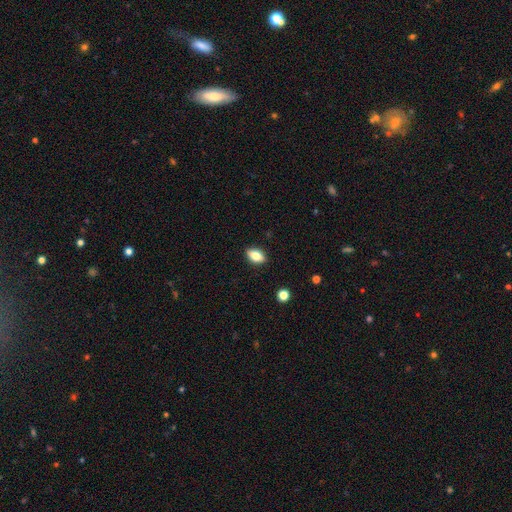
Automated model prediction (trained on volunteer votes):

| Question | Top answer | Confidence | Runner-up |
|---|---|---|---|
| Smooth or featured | smooth | 79% | featured or disk (13%) |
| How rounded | in between | 87% | round (8%) |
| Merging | none | 88% | minor disturbance (9%) |